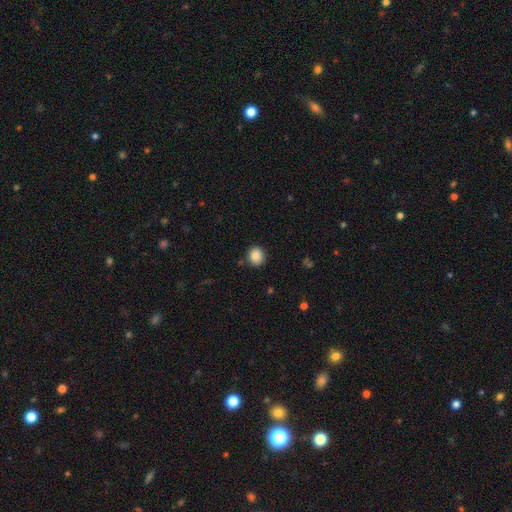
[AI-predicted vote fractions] This is clearly a smooth galaxy (87%). How rounded: clearly round (80%). Merging: clearly none (86%).